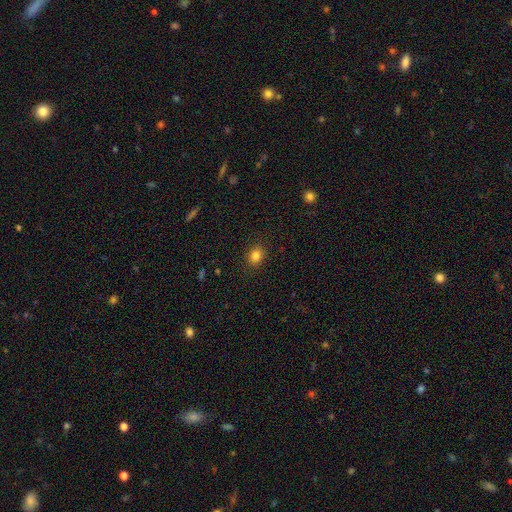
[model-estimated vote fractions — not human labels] This is clearly a smooth galaxy (83%). How rounded: possibly round (57%). Merging: clearly none (89%).